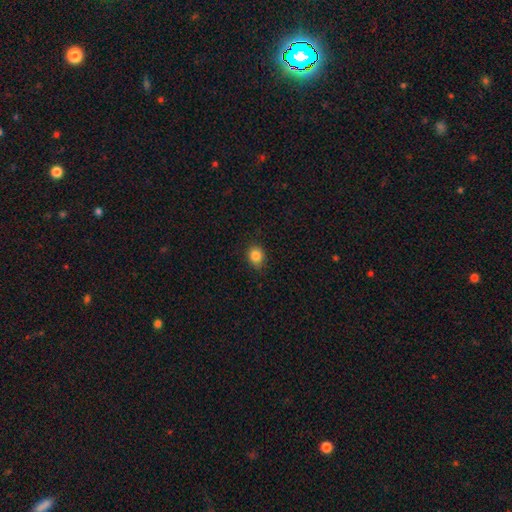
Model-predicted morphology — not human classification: Smooth or featured?
  - smooth: 85% *
  - star or artifact: 10%
  - featured or disk: 5%
How rounded?
  - round: 62% *
  - in between: 37%
  - cigar-shaped: 1%
Merging?
  - none: 86% *
  - minor disturbance: 11%
  - major disturbance: 2%
  - merger: 1%